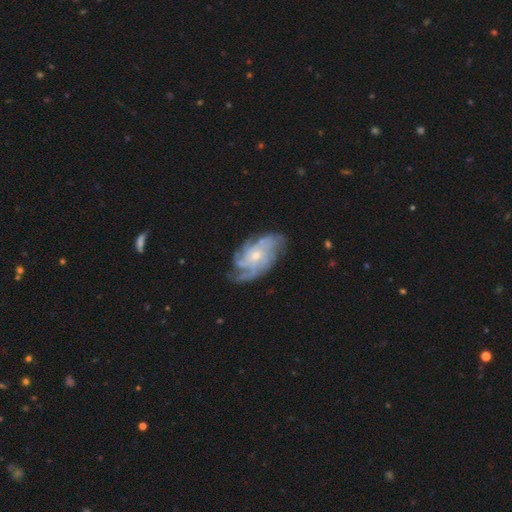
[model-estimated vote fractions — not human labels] Smooth or featured? featured or disk (86%)
Edge-on disk? no (97%)
Bar? no (74%)
Spiral arms? yes (97%)
Spiral winding? tight (55%)
Spiral arm count? 4 (30%)
Bulge size? small (61%)
Merging? none (72%)